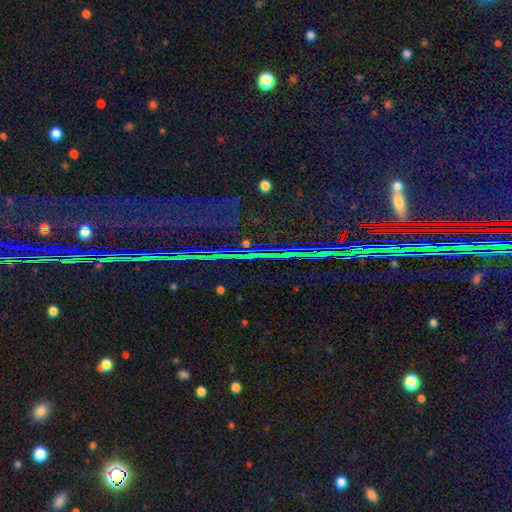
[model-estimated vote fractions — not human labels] Smooth or featured: star or artifact — 87% (smooth — 7%)